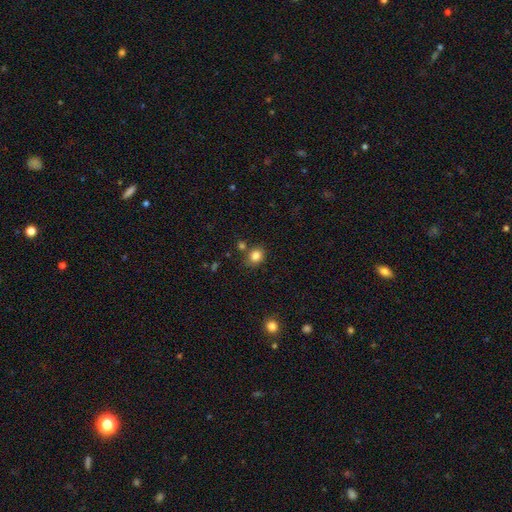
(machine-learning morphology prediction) A smooth galaxy with no disk features (83%) that is round (58%).

Vote fractions:
- Smooth or featured? smooth: 83% / star or artifact: 11% / featured or disk: 6%
- How rounded? round: 58% / in between: 41% / cigar-shaped: 1%
- Merging? none: 73% / minor disturbance: 13% / merger: 10% / major disturbance: 4%